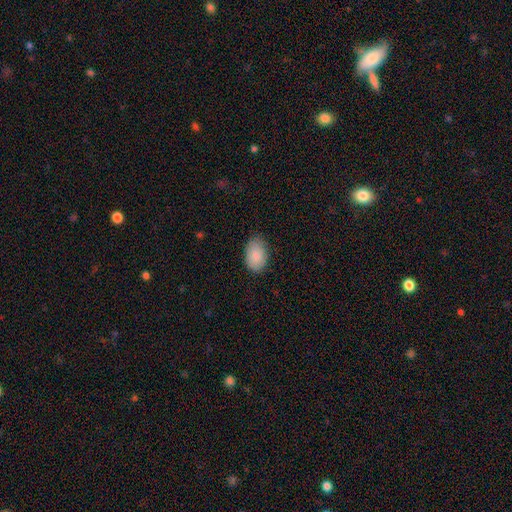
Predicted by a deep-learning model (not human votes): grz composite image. It shows a smooth galaxy with no disk features (88%) that is in between round and cigar-shaped (89%). Merging: none (79%).